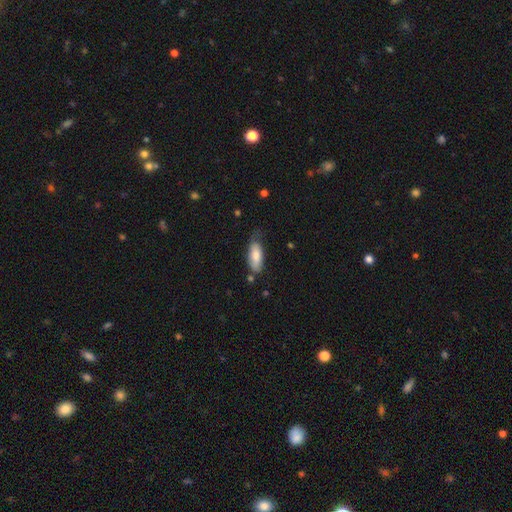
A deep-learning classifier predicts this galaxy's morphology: smooth-or-featured: smooth: 79% | featured or disk: 15% | star or artifact: 6%
  how-rounded: in between: 80% | cigar-shaped: 19% | round: 2%
  merging: none: 57% | minor disturbance: 32% | major disturbance: 7% | merger: 4%